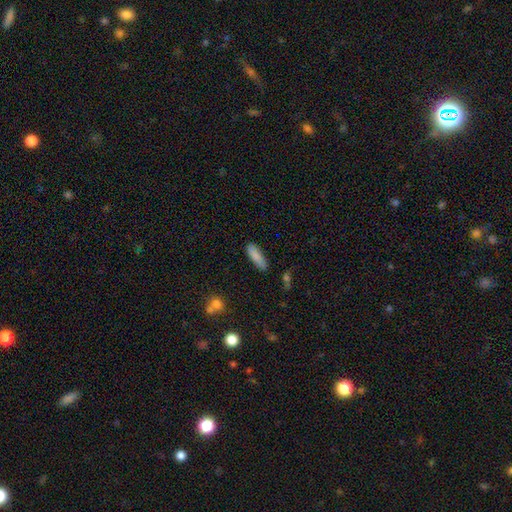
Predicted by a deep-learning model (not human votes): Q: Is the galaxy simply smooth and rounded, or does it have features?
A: smooth — 86%.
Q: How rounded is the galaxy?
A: cigar-shaped — 52%.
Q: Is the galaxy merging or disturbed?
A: none — 82%.